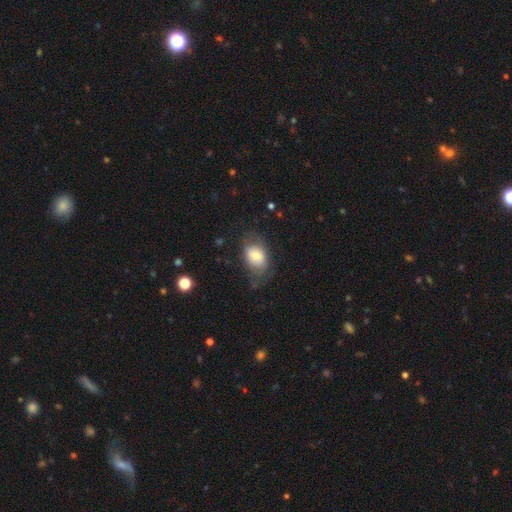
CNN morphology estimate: The model was most divided on "merging": none: 58%, minor disturbance: 25%, major disturbance: 15%, merger: 2%. More confident: how rounded — in between (79%); smooth or featured — smooth (68%).